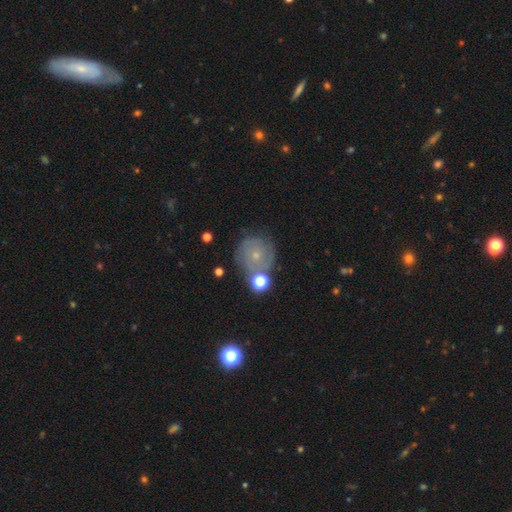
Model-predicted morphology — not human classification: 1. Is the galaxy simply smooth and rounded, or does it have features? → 43% smooth, 41% featured or disk, 16% star or artifact.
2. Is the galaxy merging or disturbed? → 69% none, 16% minor disturbance, 10% merger, 6% major disturbance.